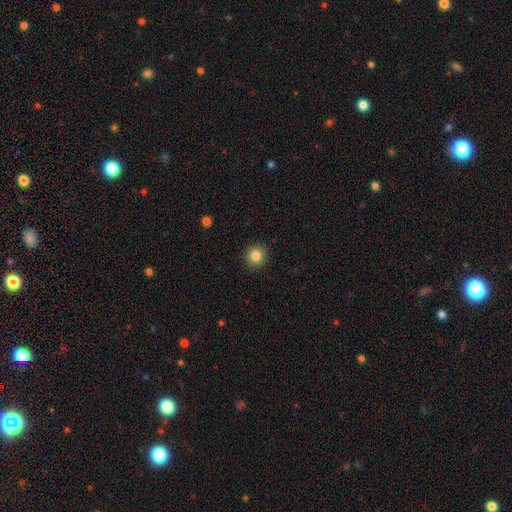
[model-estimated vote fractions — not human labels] The model was most divided on "smooth or featured": smooth: 84%, star or artifact: 10%, featured or disk: 6%. More confident: merging — none (92%); how rounded — round (90%).